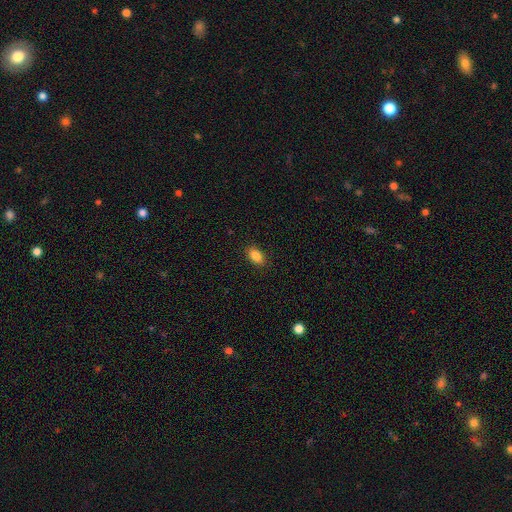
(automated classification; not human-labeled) Morphology: type=smooth (87%); roundness=in between (89%); merging=none (88%).